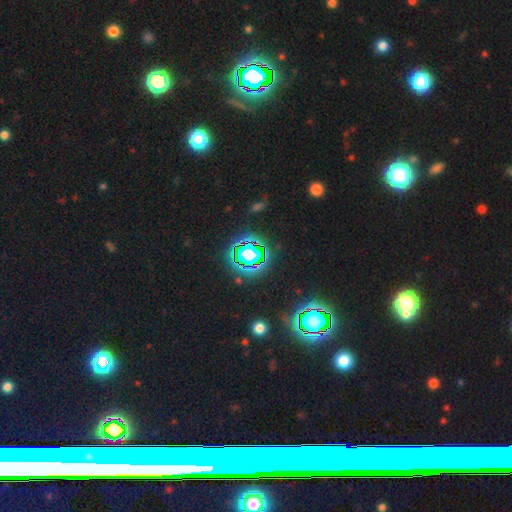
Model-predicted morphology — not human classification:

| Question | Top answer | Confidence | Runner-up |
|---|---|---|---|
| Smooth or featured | star or artifact | 77% | smooth (14%) |